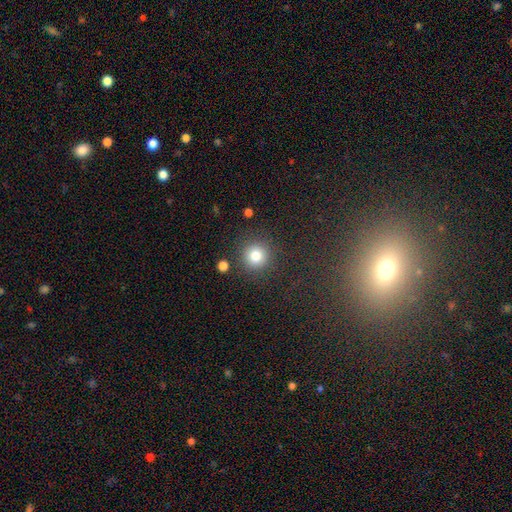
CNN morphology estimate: smooth_or_featured: smooth (p=0.82) [alt: star or artifact p=0.12]
how_rounded: round (p=0.94) [alt: in between p=0.05]
merging: none (p=0.87) [alt: minor disturbance p=0.07]